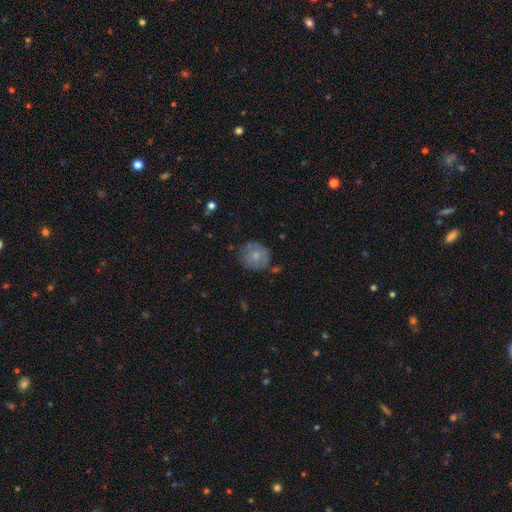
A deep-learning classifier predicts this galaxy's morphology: Smooth or featured? smooth (68%)
How rounded? round (86%)
Merging? none (70%)